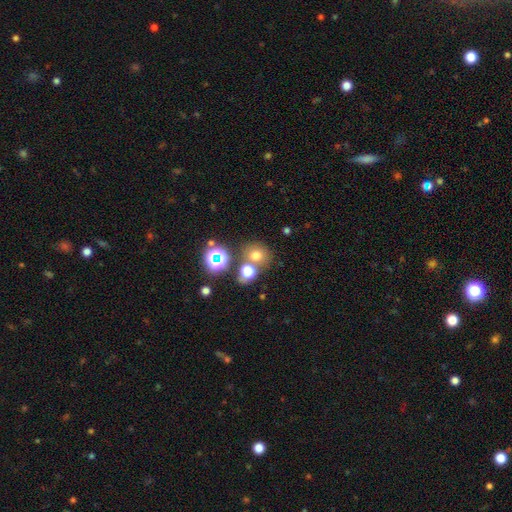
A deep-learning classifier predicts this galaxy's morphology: This appears to be a smooth galaxy with no disk features (65%) that is round (76%). Merging: none (63%).